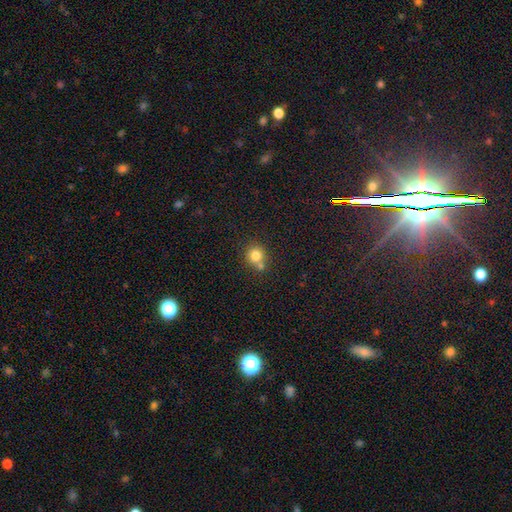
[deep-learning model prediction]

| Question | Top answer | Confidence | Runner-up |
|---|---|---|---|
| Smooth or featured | smooth | 80% | star or artifact (11%) |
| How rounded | round | 88% | in between (11%) |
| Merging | none | 56% | merger (30%) |